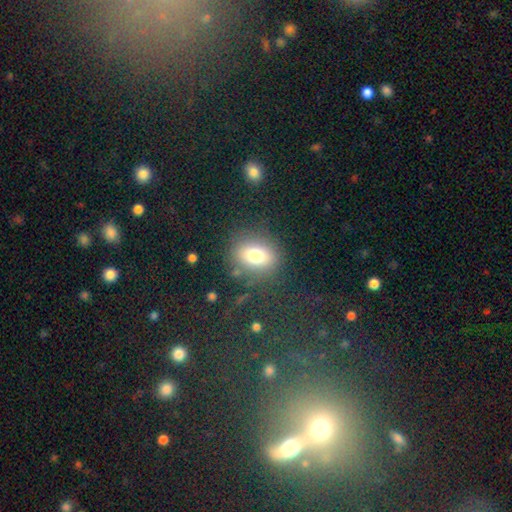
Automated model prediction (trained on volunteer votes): Morphology: type=smooth (75%); roundness=round (50%); merging=none (78%).